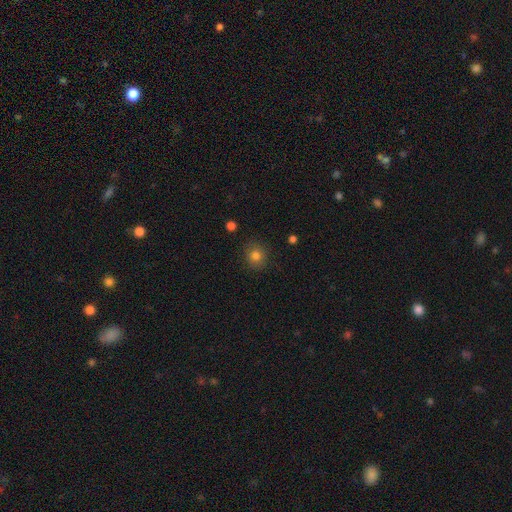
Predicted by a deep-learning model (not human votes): Morphology: type=smooth (80%); roundness=round (85%); merging=none (88%).